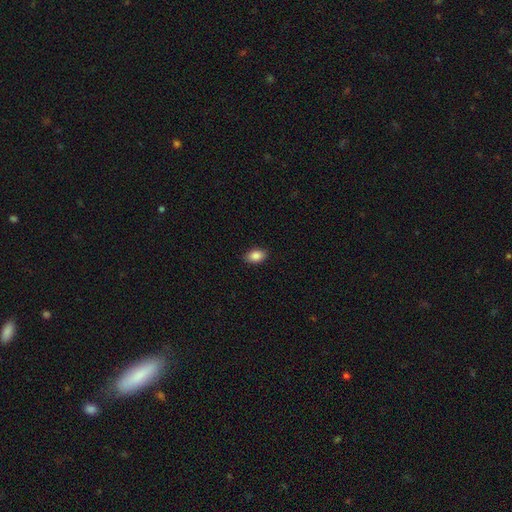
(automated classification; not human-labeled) Smooth or featured?
  - smooth: 87% *
  - star or artifact: 8%
  - featured or disk: 5%
How rounded?
  - in between: 88% *
  - round: 11%
  - cigar-shaped: 2%
Merging?
  - none: 89% *
  - minor disturbance: 9%
  - major disturbance: 2%
  - merger: 1%